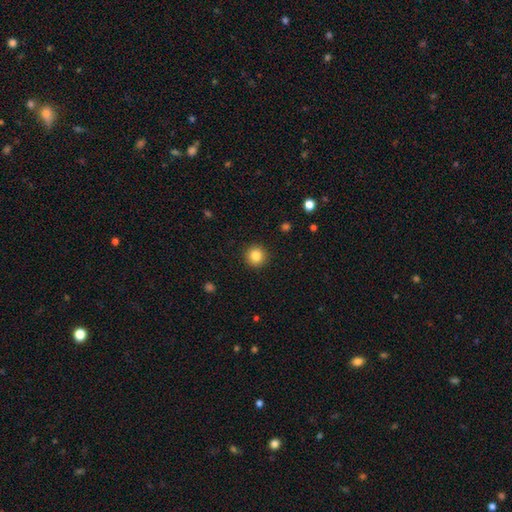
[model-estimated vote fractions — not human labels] smooth-or-featured: smooth: 85% | star or artifact: 10% | featured or disk: 5%
  how-rounded: round: 95% | in between: 4% | cigar-shaped: 1%
  merging: none: 92% | minor disturbance: 5% | major disturbance: 2% | merger: 1%